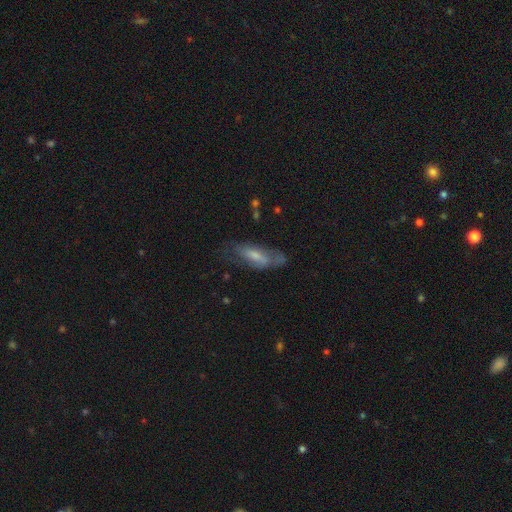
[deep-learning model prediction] A featured or disk galaxy (49%).

Vote fractions:
- Smooth or featured? featured or disk: 49% / smooth: 43% / star or artifact: 8%
- Merging? none: 55% / minor disturbance: 26% / major disturbance: 16% / merger: 3%